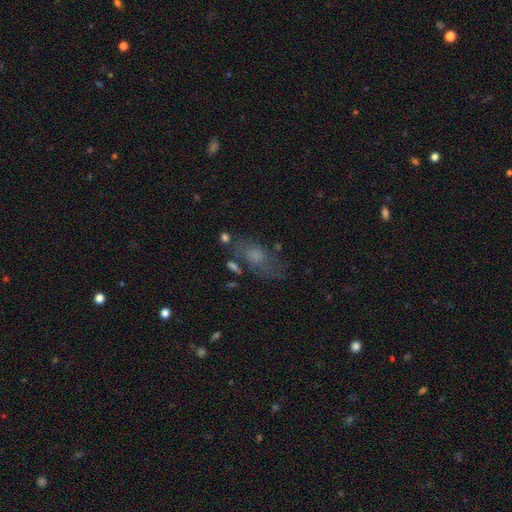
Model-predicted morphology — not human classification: smooth_or_featured: smooth (p=0.53) [alt: featured or disk p=0.31]
how_rounded: in between (p=0.80) [alt: round p=0.11]
merging: none (p=0.54) [alt: minor disturbance p=0.22]